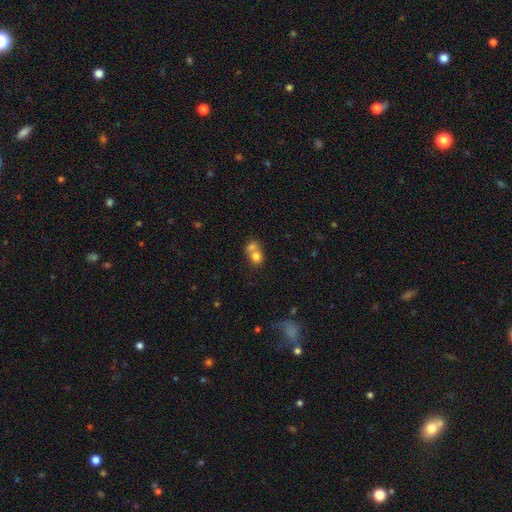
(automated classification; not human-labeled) Smooth or featured? Predicted: smooth (p=0.74). How rounded? Predicted: round (p=0.68). Merging? Predicted: merger (p=0.65).